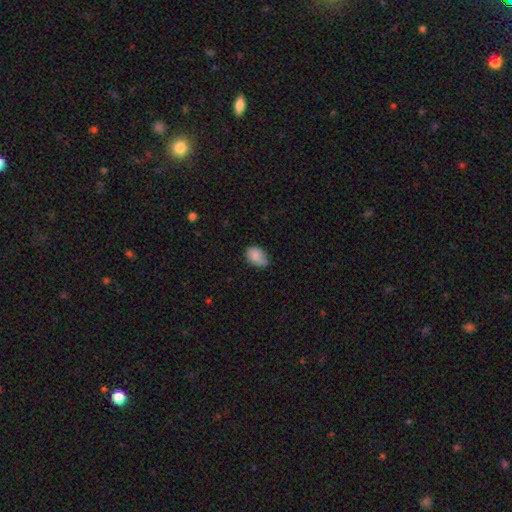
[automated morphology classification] Overall: smooth (81%). How rounded: in between (78%). Merging: none (52%; minor disturbance 38%).